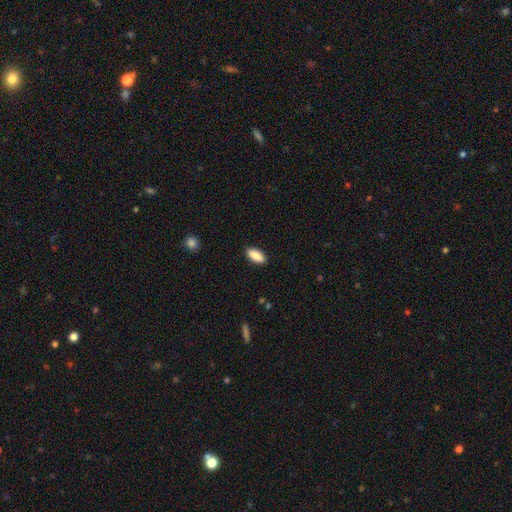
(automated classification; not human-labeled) smooth 87%, star or artifact 6%, featured or disk 6%. Down the decision tree: how rounded — in between (81%); merging — none (89%).